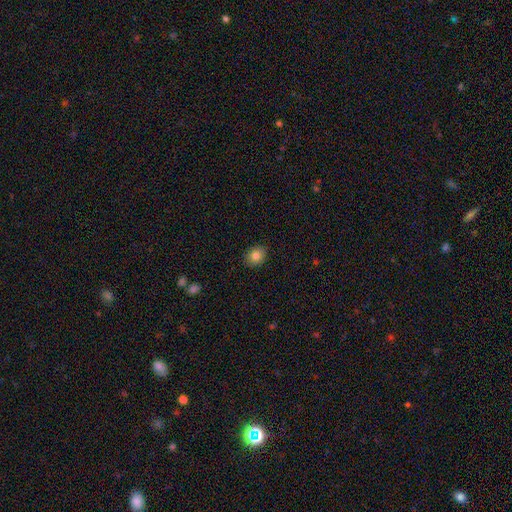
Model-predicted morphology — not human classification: Overall: smooth (80%). How rounded: round (52%; in between 47%). Merging: none (89%).